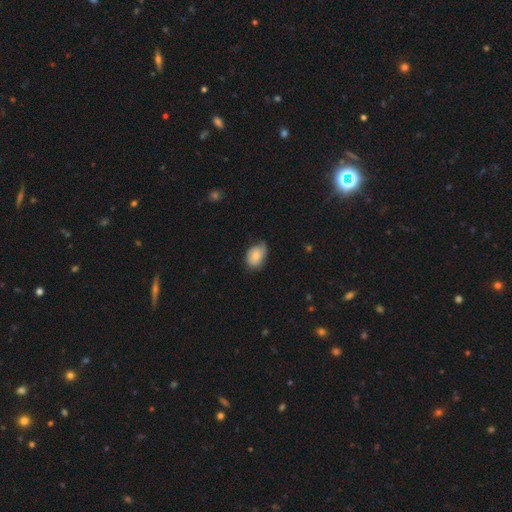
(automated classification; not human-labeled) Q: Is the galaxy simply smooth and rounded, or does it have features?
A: smooth — 76%.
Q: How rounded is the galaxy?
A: in between — 81%.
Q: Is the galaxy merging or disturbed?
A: none — 53%.